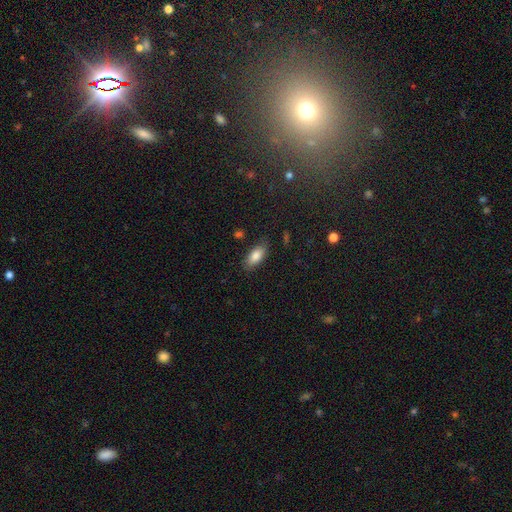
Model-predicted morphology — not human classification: smooth-or-featured: smooth: 84% | featured or disk: 9% | star or artifact: 7%
  how-rounded: in between: 88% | cigar-shaped: 9% | round: 3%
  merging: none: 81% | minor disturbance: 14% | major disturbance: 3% | merger: 1%